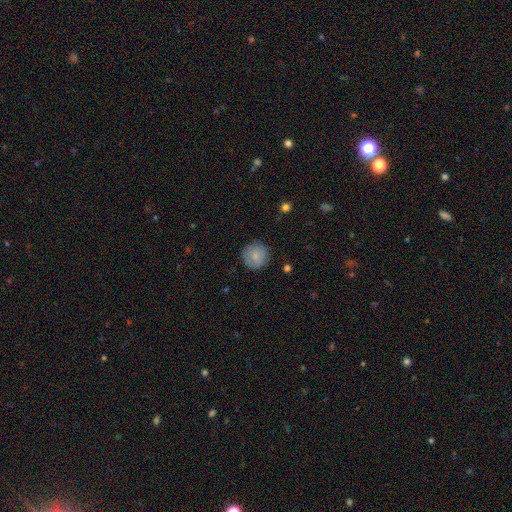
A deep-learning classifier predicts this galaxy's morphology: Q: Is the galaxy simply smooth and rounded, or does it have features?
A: smooth — 78%.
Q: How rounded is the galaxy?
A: round — 94%.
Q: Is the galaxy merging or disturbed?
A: none — 85%.